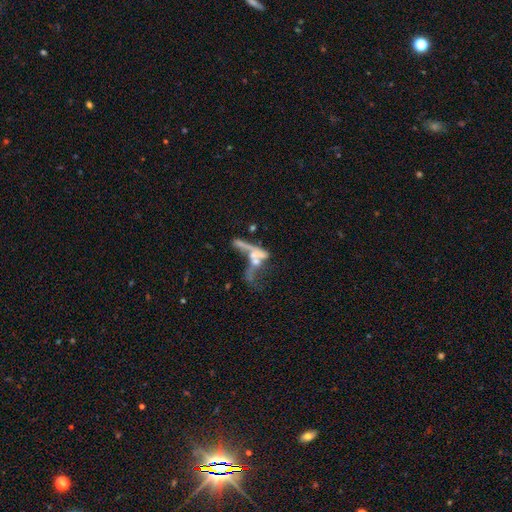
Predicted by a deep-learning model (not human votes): A featured or disk galaxy (52%). Merging: merger (56%).